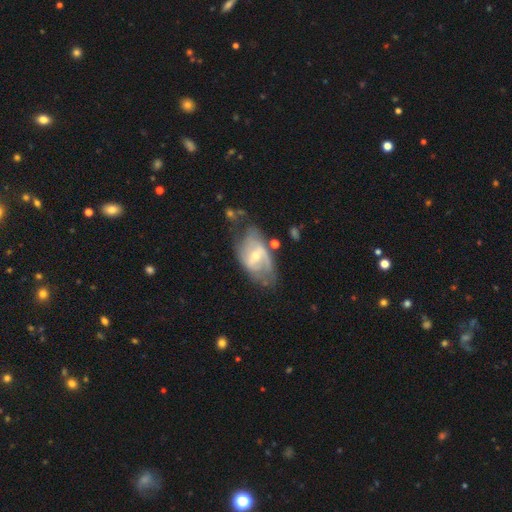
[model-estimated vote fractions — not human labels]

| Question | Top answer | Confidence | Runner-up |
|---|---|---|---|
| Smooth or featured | featured or disk | 75% | smooth (19%) |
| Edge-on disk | no | 95% | yes (5%) |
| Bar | weak | 50% | strong (26%) |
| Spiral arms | yes | 82% | no (18%) |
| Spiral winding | medium | 45% | loose (28%) |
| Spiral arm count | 2 | 63% | can't tell (23%) |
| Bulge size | small | 54% | moderate (41%) |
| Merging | none | 49% | minor disturbance (27%) |